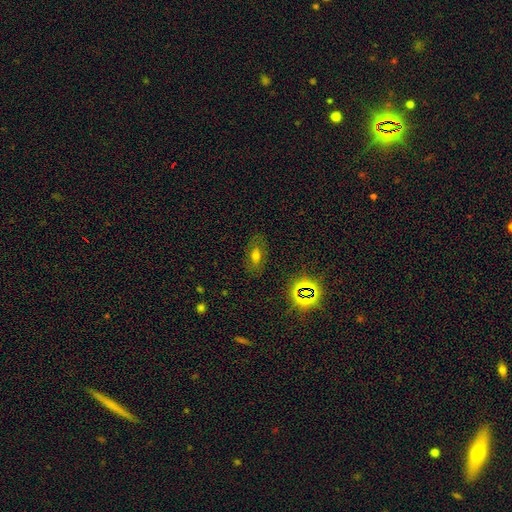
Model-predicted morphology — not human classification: The model was most divided on "smooth or featured": smooth: 50%, featured or disk: 26%, star or artifact: 24%. More confident: how rounded — in between (83%); merging — none (79%).